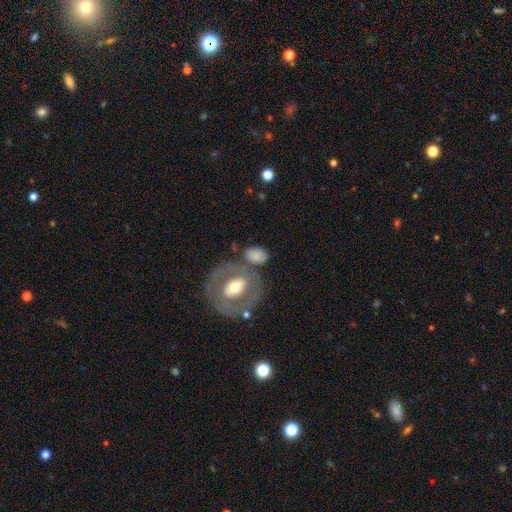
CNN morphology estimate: Overall: smooth (67%; featured or disk 27%). How rounded: in between (73%). Merging: none (58%; merger 18%).